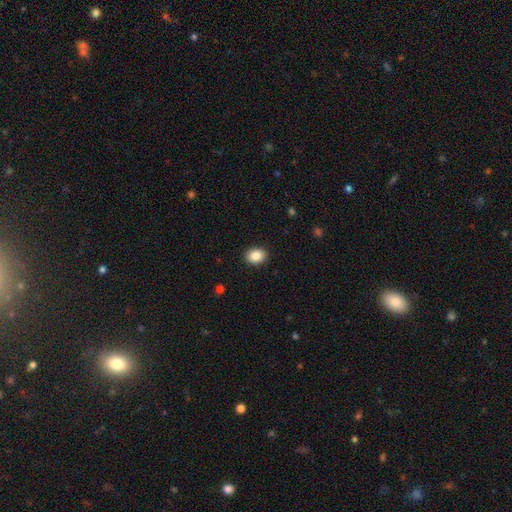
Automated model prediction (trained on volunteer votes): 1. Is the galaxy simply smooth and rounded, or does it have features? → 87% smooth, 8% star or artifact, 5% featured or disk.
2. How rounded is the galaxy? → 62% in between, 37% round, 1% cigar-shaped.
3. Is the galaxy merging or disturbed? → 91% none, 7% minor disturbance, 2% major disturbance, 1% merger.